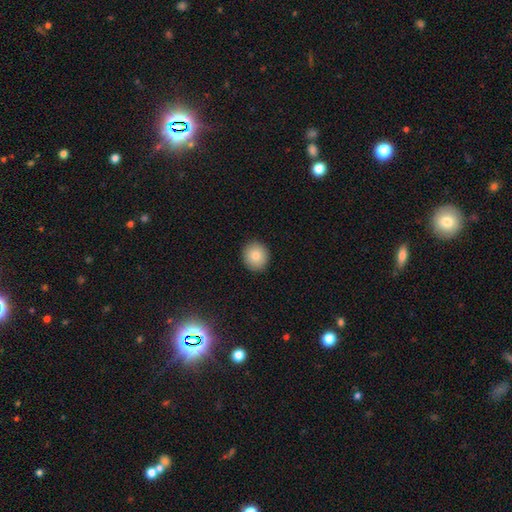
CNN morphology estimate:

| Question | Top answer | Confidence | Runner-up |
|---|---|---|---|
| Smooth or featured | smooth | 84% | star or artifact (9%) |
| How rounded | round | 87% | in between (12%) |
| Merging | none | 91% | minor disturbance (6%) |